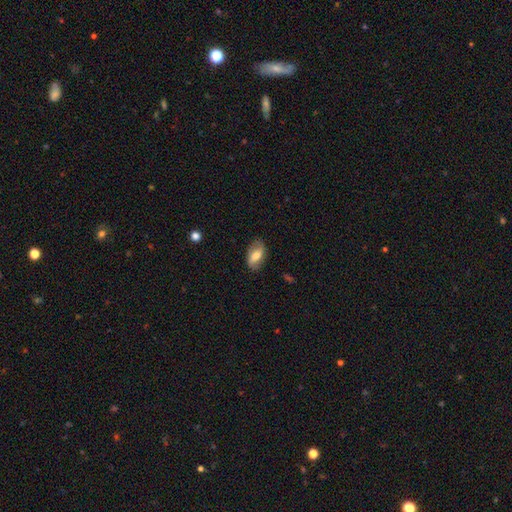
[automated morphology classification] A smooth galaxy with no disk features (54%) that is in between round and cigar-shaped (90%).

Vote fractions:
- Smooth or featured? smooth: 54% / featured or disk: 39% / star or artifact: 7%
- How rounded? in between: 90% / round: 6% / cigar-shaped: 4%
- Merging? none: 78% / minor disturbance: 17% / major disturbance: 5% / merger: 1%